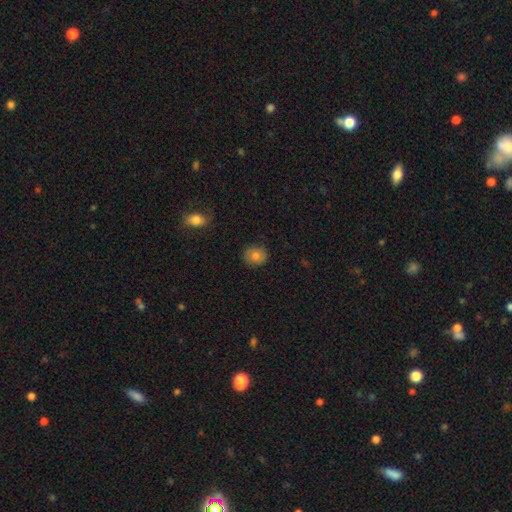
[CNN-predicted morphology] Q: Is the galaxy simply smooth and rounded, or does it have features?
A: smooth — 81%.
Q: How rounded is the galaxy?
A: round — 84%.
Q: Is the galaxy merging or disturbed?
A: none — 88%.